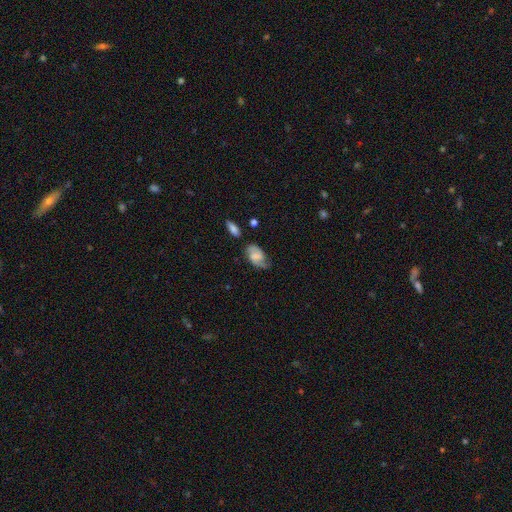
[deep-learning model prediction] featured or disk 55%, smooth 37%, star or artifact 8%. Down the decision tree: edge-on disk — no (96%); bar — no (46%); spiral arms — yes (89%); bulge size — none (46%); merging — none (55%).